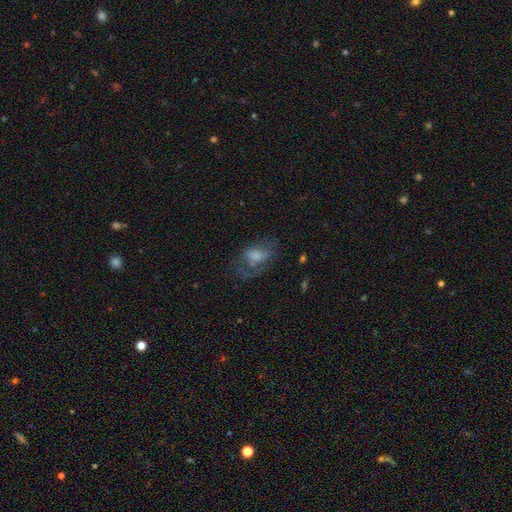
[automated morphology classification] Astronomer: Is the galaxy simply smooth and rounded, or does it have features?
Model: featured or disk — 42%, tied with smooth at 42%.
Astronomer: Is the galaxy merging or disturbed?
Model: none — 46% (runner-up: major disturbance, 30%).